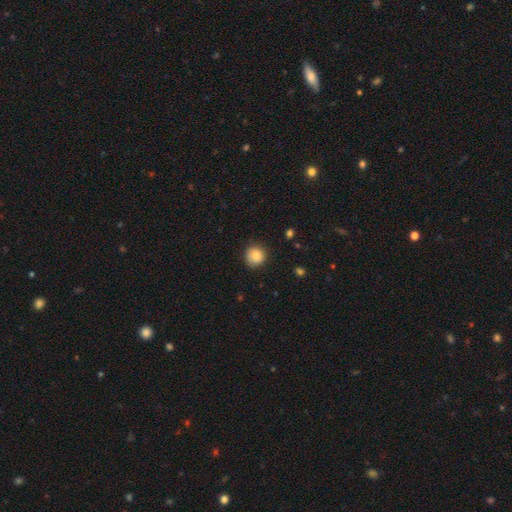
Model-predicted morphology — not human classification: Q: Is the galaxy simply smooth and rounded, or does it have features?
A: smooth — 87%.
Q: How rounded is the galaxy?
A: round — 91%.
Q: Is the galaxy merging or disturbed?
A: none — 86%.